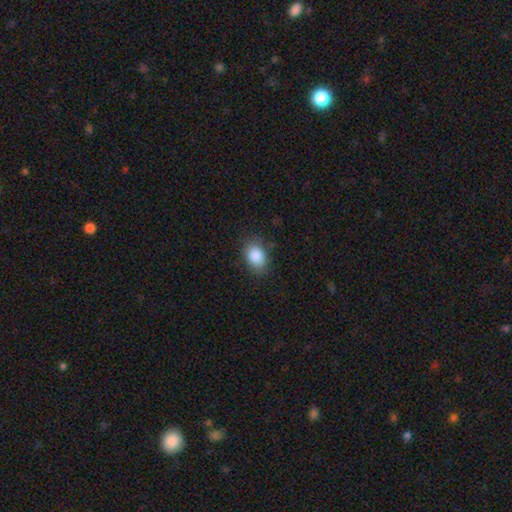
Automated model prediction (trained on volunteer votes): Overall: smooth (87%). How rounded: in between (76%). Merging: none (79%).